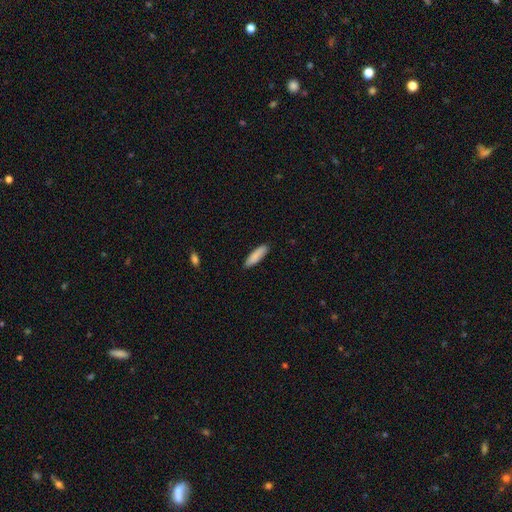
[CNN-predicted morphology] Overall: smooth (88%). How rounded: cigar-shaped (61%; in between 38%). Merging: none (87%).